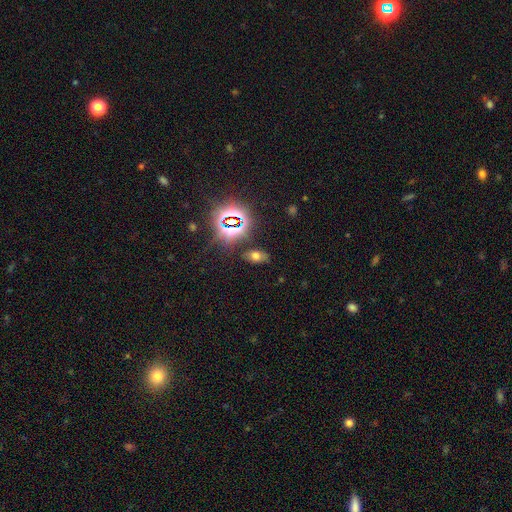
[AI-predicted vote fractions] Q: Smooth or featured?
A: smooth (56%); runner-up: star or artifact (33%)
Q: How rounded?
A: in between (86%); runner-up: round (10%)
Q: Merging?
A: none (82%); runner-up: minor disturbance (11%)